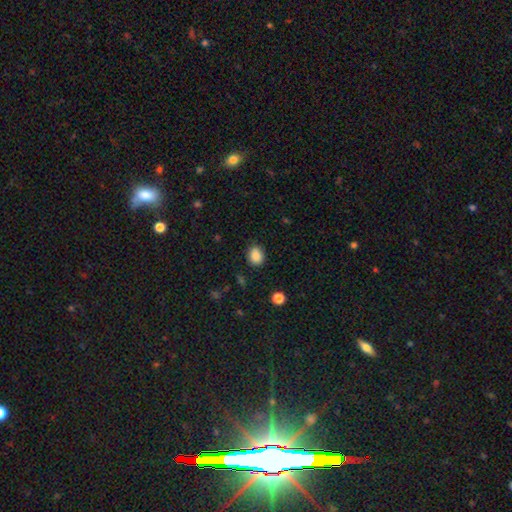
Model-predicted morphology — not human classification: This appears to be a smooth galaxy with no disk features (87%) that is round (54%). Merging: none (84%).